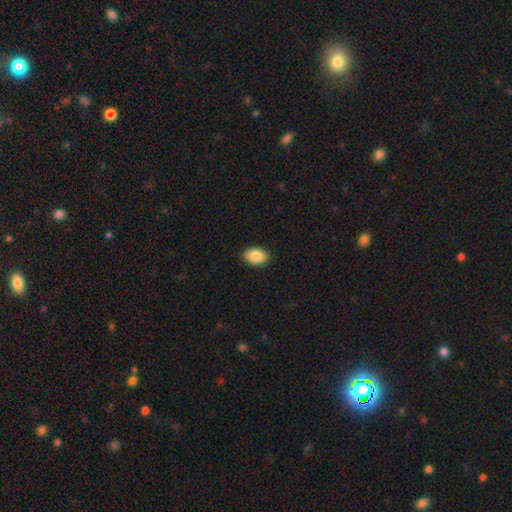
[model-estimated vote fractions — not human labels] smooth-or-featured: smooth: 88% | star or artifact: 7% | featured or disk: 5%
  how-rounded: in between: 87% | round: 12% | cigar-shaped: 1%
  merging: none: 89% | minor disturbance: 8% | major disturbance: 2% | merger: 1%